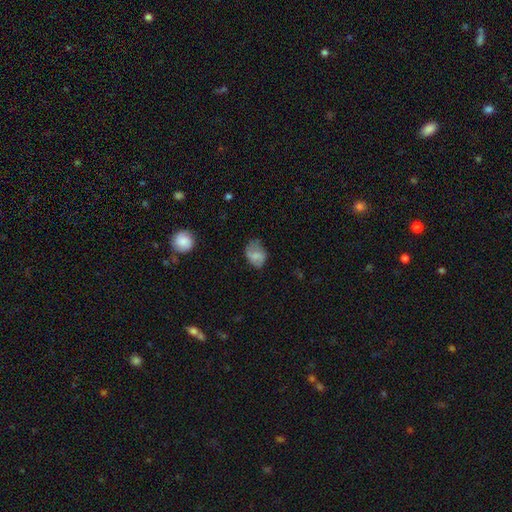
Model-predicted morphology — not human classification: A smooth galaxy with no disk features (67%) that is in between round and cigar-shaped (72%).

Vote fractions:
- Smooth or featured? smooth: 67% / featured or disk: 24% / star or artifact: 9%
- How rounded? in between: 72% / round: 27% / cigar-shaped: 1%
- Merging? none: 51% / minor disturbance: 33% / major disturbance: 14% / merger: 2%